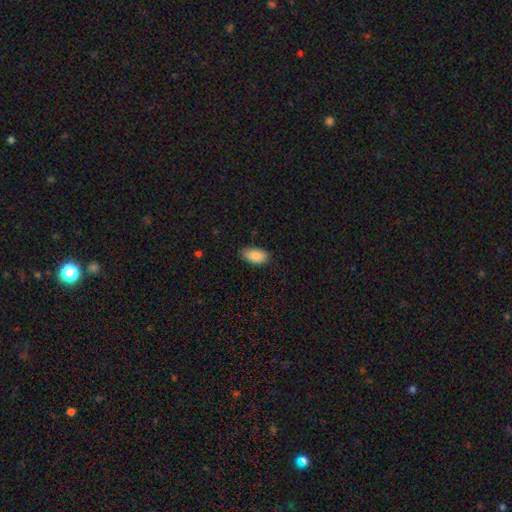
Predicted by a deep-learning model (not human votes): Q: Smooth or featured?
A: smooth (85%); runner-up: featured or disk (8%)
Q: How rounded?
A: in between (94%); runner-up: round (4%)
Q: Merging?
A: none (83%); runner-up: minor disturbance (13%)